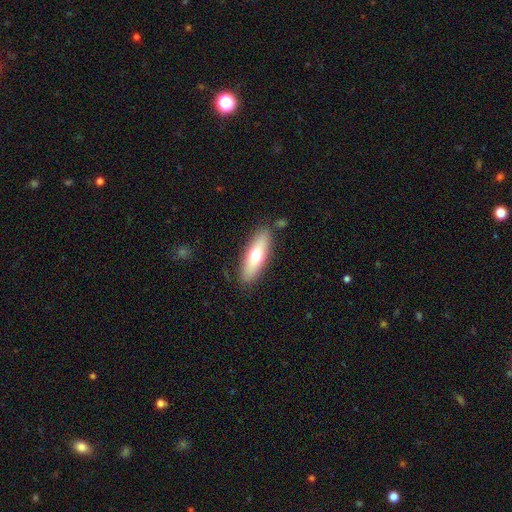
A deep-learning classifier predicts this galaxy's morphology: Q: Smooth or featured?
A: smooth (65%); runner-up: featured or disk (29%)
Q: How rounded?
A: in between (50%); runner-up: cigar-shaped (47%)
Q: Merging?
A: none (85%); runner-up: minor disturbance (10%)